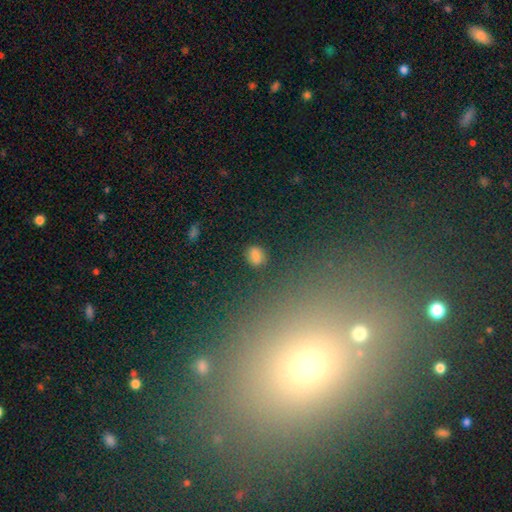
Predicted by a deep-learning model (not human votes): The model was most divided on "how rounded": round: 53%, in between: 45%, cigar-shaped: 2%. More confident: merging — none (81%); smooth or featured — smooth (75%).